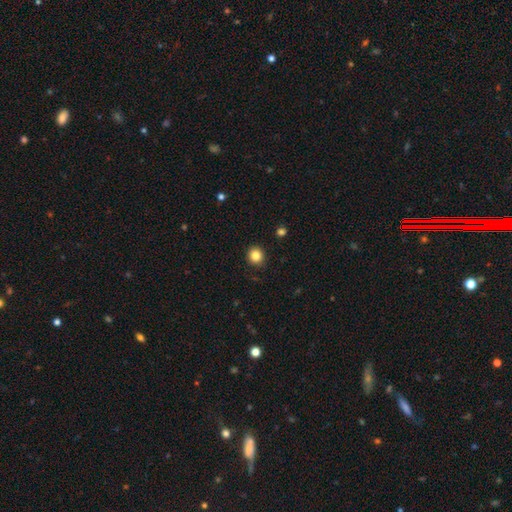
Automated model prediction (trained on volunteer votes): A smooth galaxy with no disk features (84%) that is round (89%). Merging: none (91%).